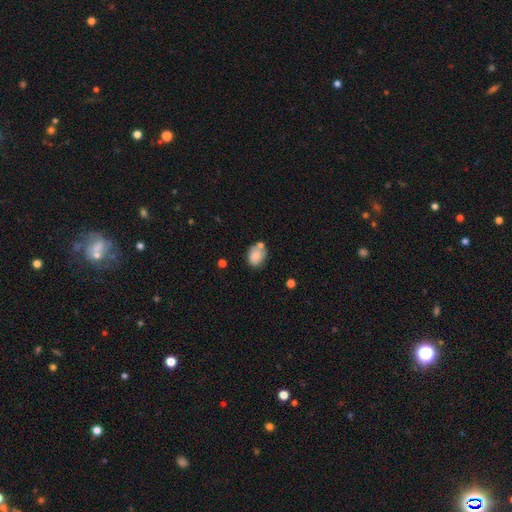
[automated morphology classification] A smooth galaxy with no disk features (81%) that is in between round and cigar-shaped (58%). Merging: none (55%).